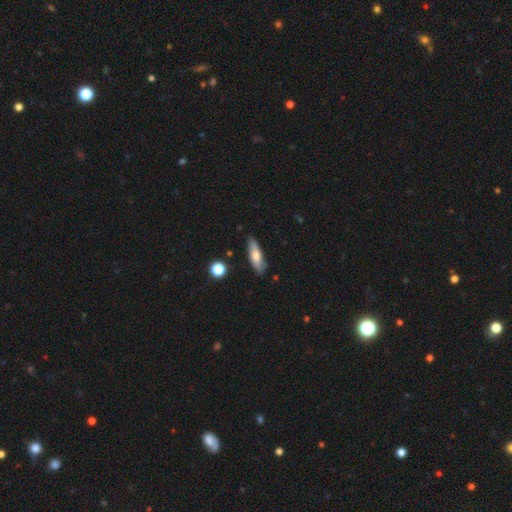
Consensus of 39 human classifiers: Volunteers were most divided on "smooth or featured": smooth: 46%, featured or disk: 44%, star or artifact: 10%. More confident: merging — none (77%); how rounded — cigar-shaped (67%).